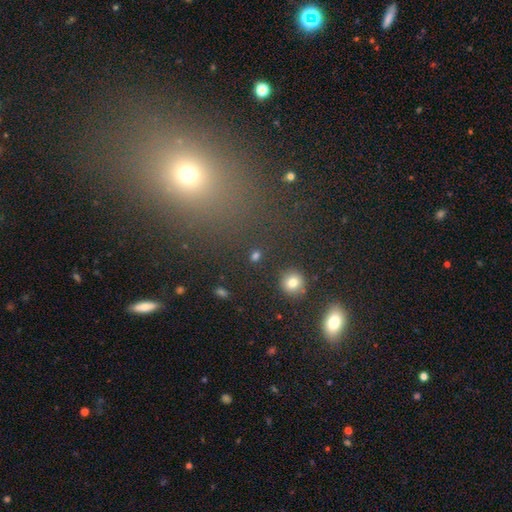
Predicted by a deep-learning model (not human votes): smooth_or_featured: smooth (p=0.67) [alt: star or artifact p=0.24]
how_rounded: round (p=0.82) [alt: in between p=0.16]
merging: none (p=0.85) [alt: minor disturbance p=0.07]